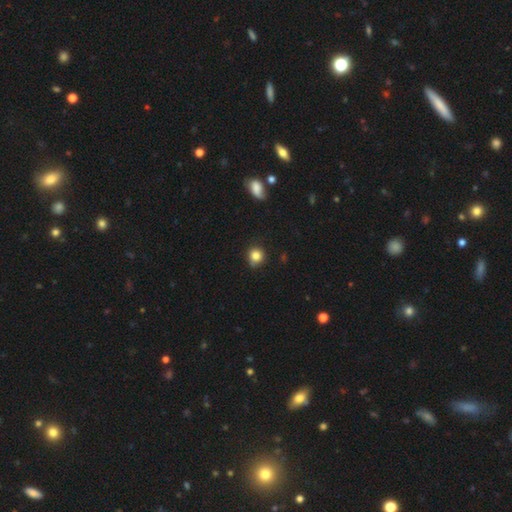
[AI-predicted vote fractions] A smooth galaxy with no disk features (83%) that is round (84%).

Vote fractions:
- Smooth or featured? smooth: 83% / star or artifact: 10% / featured or disk: 7%
- How rounded? round: 84% / in between: 15% / cigar-shaped: 1%
- Merging? none: 71% / minor disturbance: 22% / major disturbance: 4% / merger: 3%